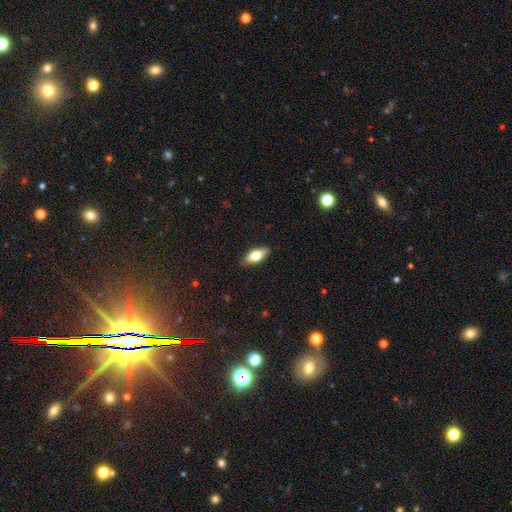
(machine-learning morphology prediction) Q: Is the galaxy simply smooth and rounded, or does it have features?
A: smooth — 69%.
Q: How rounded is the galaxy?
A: in between — 81%.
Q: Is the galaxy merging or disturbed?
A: none — 87%.